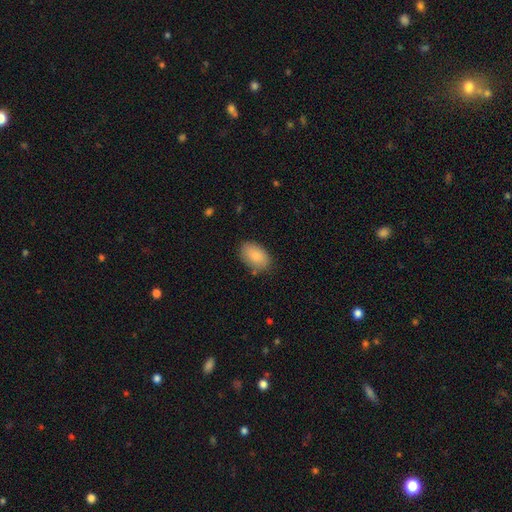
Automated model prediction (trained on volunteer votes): smooth-or-featured: smooth: 86% | featured or disk: 7% | star or artifact: 7%
  how-rounded: in between: 92% | round: 7% | cigar-shaped: 1%
  merging: none: 83% | minor disturbance: 13% | major disturbance: 3% | merger: 2%